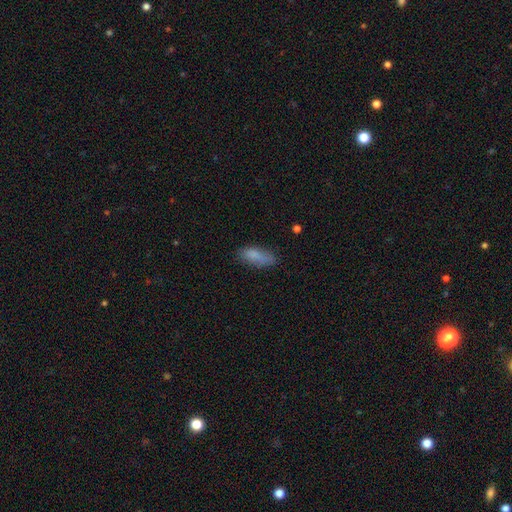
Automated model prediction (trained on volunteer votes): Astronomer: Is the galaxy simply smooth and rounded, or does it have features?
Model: smooth — 81%.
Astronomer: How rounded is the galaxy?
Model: in between — 74%.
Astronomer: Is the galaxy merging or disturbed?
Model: none — 65%.